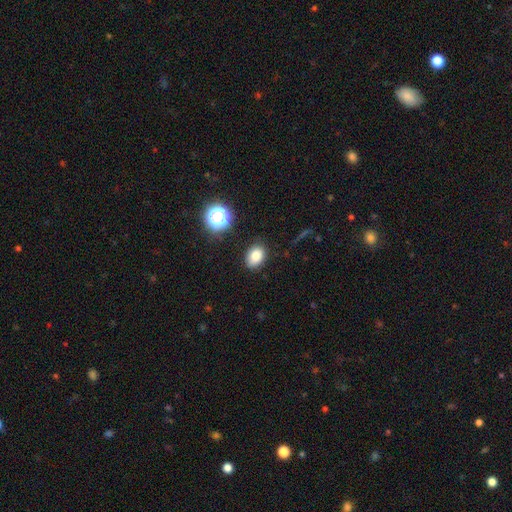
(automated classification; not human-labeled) Smooth or featured: smooth — 81% (star or artifact — 12%)
How rounded: in between — 74% (round — 25%)
Merging: none — 83% (minor disturbance — 12%)